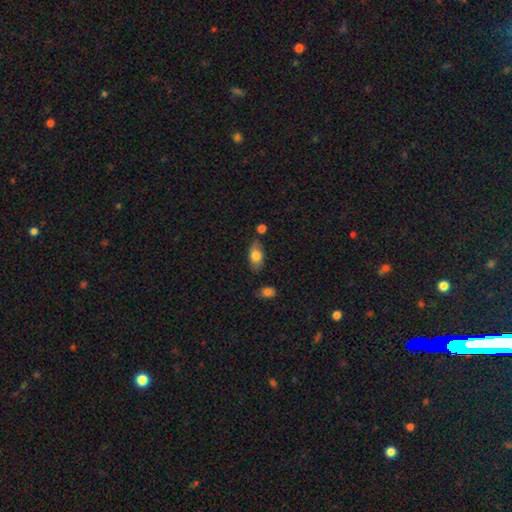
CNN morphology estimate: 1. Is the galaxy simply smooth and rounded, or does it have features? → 78% smooth, 15% featured or disk, 7% star or artifact.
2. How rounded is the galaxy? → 89% in between, 6% cigar-shaped, 5% round.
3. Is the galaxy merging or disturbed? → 74% none, 17% minor disturbance, 6% merger, 4% major disturbance.